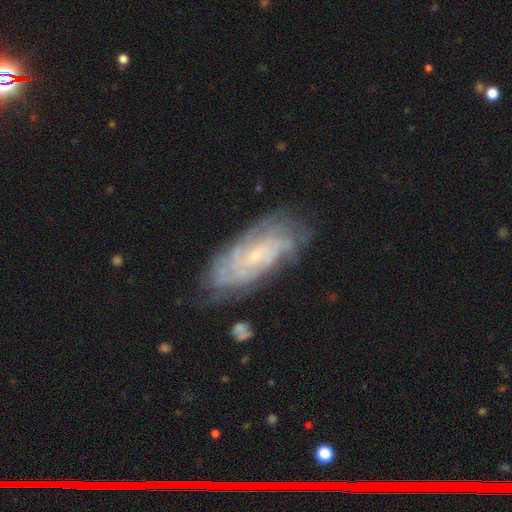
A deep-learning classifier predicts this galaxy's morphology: type=featured or disk (79%); edge-on=no (92%); bar=no (64%); spiral arms=yes (92%); winding=tight (66%); arm count=can't tell (47%); bulge=small (77%); merging=none (71%).